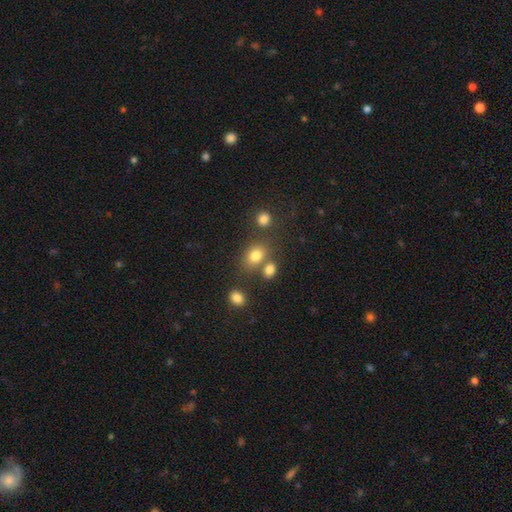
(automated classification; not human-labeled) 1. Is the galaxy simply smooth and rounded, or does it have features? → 79% smooth, 13% star or artifact, 9% featured or disk.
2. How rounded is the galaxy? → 64% in between, 34% round, 1% cigar-shaped.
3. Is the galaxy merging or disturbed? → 58% none, 24% merger, 13% minor disturbance, 5% major disturbance.